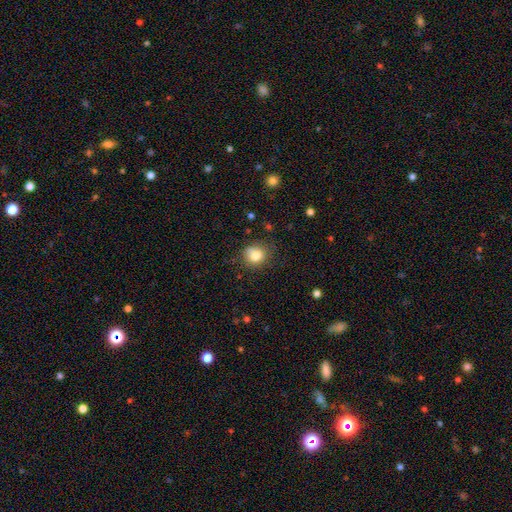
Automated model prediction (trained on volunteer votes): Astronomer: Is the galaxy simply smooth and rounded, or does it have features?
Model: smooth — 81%.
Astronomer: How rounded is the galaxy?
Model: round — 77%.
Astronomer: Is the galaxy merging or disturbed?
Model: none — 75%.